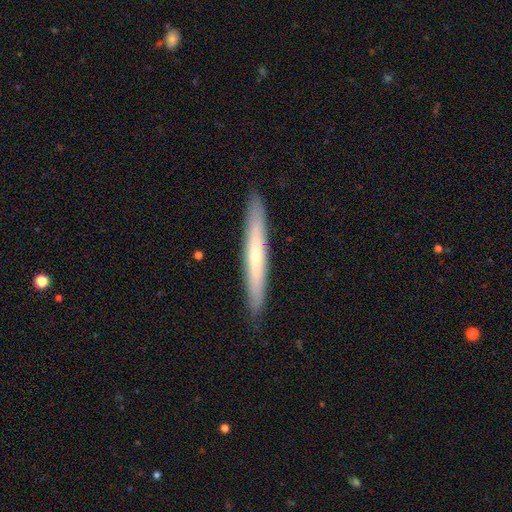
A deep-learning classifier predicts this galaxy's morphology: smooth_or_featured: smooth (p=0.48) [alt: featured or disk p=0.47]
merging: none (p=0.90) [alt: minor disturbance p=0.07]